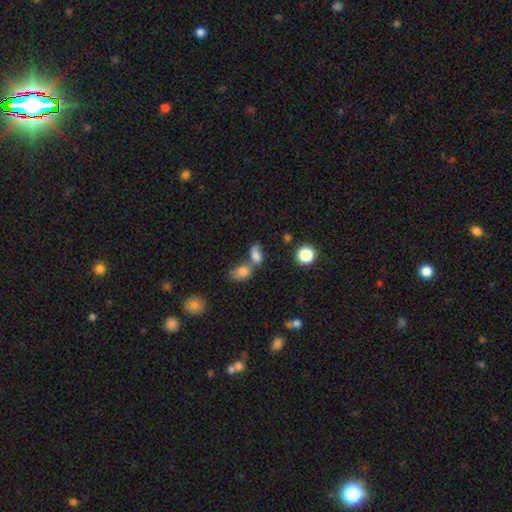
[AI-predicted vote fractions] Morphology: type=smooth (76%); roundness=in between (78%); merging=merger (52%).